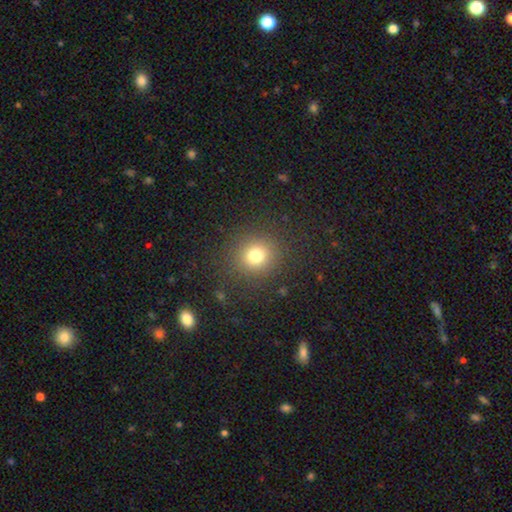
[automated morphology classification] Smooth or featured? smooth (75%)
How rounded? round (91%)
Merging? none (88%)